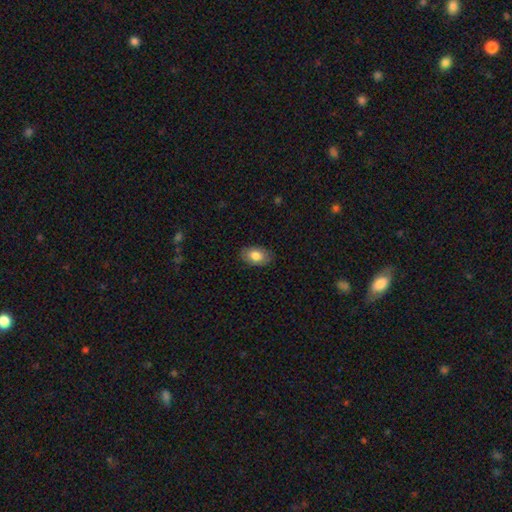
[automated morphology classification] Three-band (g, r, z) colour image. It shows a smooth galaxy with no disk features (81%) that is in between round and cigar-shaped (88%). Merging: none (84%).